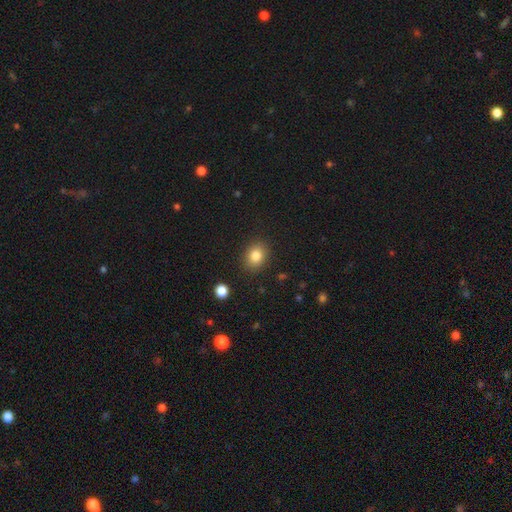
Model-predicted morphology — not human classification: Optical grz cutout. It shows a smooth galaxy with no disk features (82%) that is round (50%). Merging: none (88%).